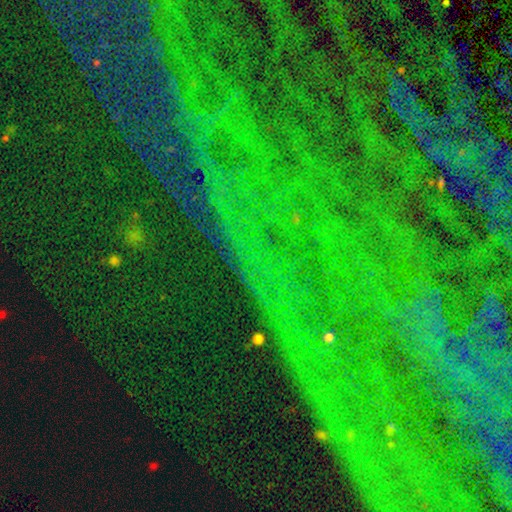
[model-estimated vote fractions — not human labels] Smooth or featured?
  - star or artifact: 85% *
  - featured or disk: 8%
  - smooth: 7%